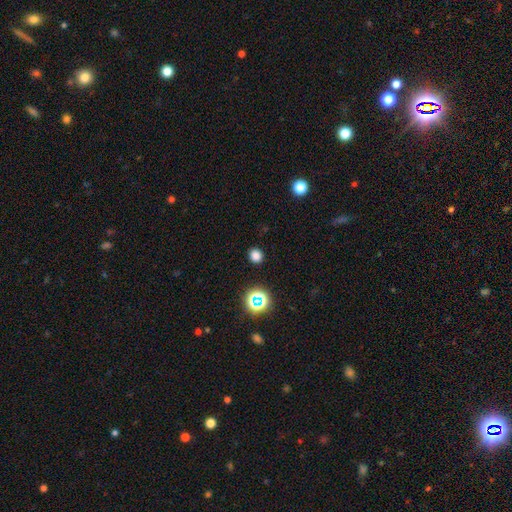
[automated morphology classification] A smooth galaxy with no disk features (78%) that is round (84%). Merging: none (91%).